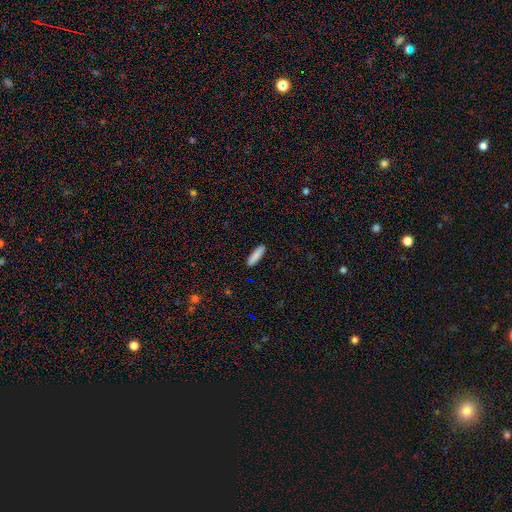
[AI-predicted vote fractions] Smooth or featured: smooth — 88% (star or artifact — 6%)
How rounded: cigar-shaped — 75% (in between — 24%)
Merging: none — 91% (minor disturbance — 7%)